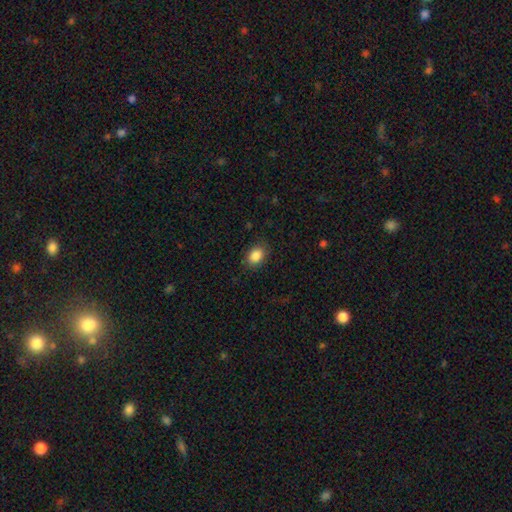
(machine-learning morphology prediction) Smooth or featured? smooth (87%)
How rounded? in between (75%)
Merging? none (84%)